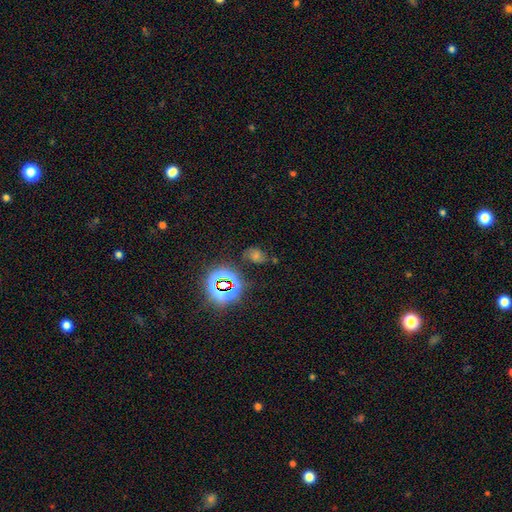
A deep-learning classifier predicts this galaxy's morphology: Q: Smooth or featured?
A: star or artifact (56%); runner-up: smooth (29%)